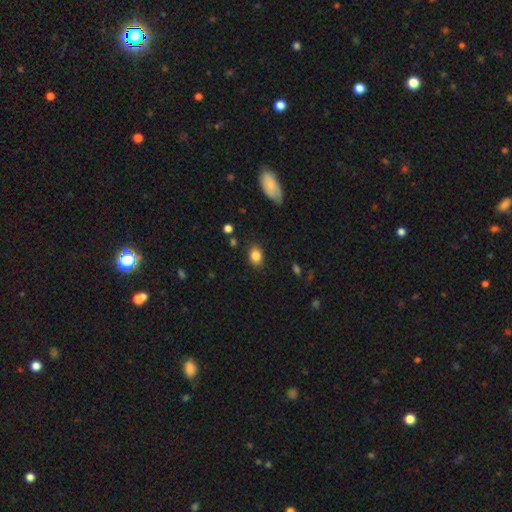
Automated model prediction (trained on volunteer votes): Smooth or featured: smooth — 84% (star or artifact — 9%)
How rounded: in between — 63% (round — 36%)
Merging: none — 82% (minor disturbance — 13%)